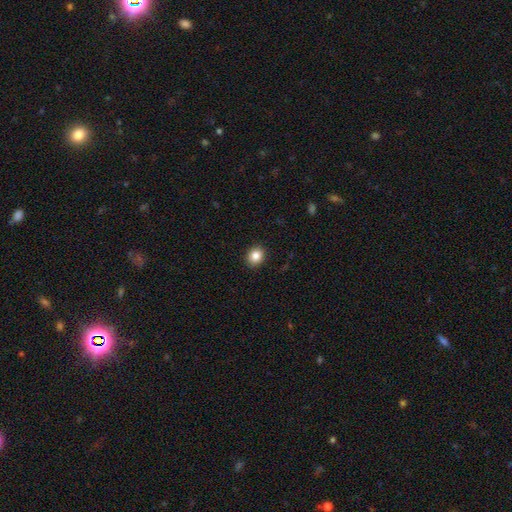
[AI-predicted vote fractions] Overall: smooth (85%). How rounded: round (65%; in between 34%). Merging: none (91%).